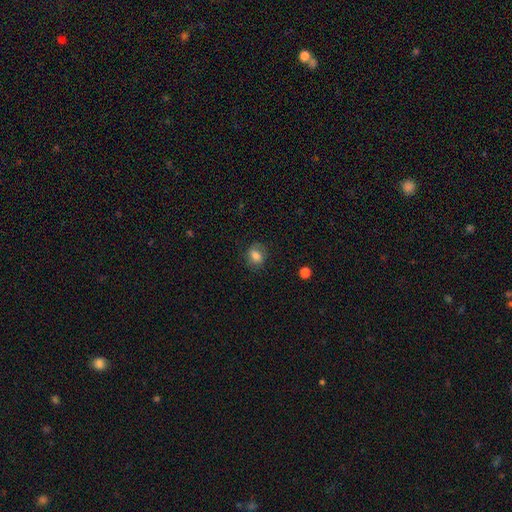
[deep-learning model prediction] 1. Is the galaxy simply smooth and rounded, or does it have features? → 77% smooth, 13% featured or disk, 10% star or artifact.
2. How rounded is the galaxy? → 51% round, 48% in between, 1% cigar-shaped.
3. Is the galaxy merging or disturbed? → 73% none, 18% minor disturbance, 7% major disturbance, 1% merger.